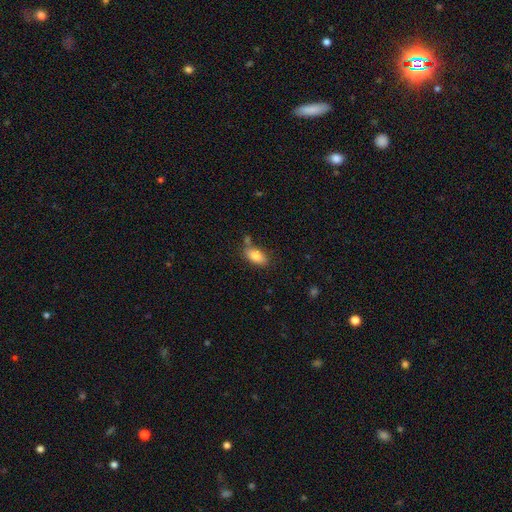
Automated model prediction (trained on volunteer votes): Smooth or featured? Predicted: smooth (p=0.82). How rounded? Predicted: in between (p=0.90). Merging? Predicted: none (p=0.70).